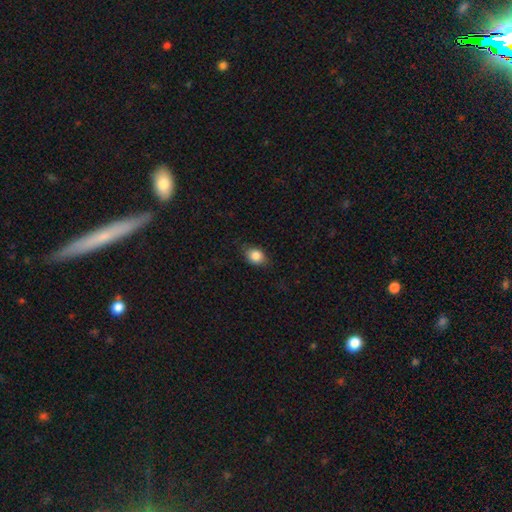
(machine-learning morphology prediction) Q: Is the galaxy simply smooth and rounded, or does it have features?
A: smooth — 84%.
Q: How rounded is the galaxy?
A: in between — 57%.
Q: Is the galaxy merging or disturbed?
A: none — 78%.